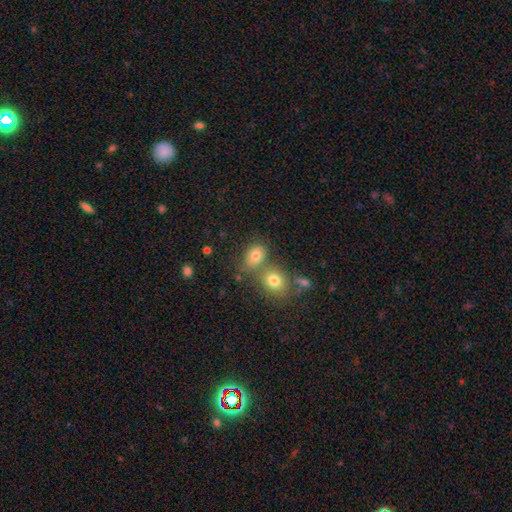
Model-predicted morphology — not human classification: Smooth or featured: smooth — 77% (star or artifact — 13%)
How rounded: in between — 70% (round — 29%)
Merging: none — 52% (merger — 33%)